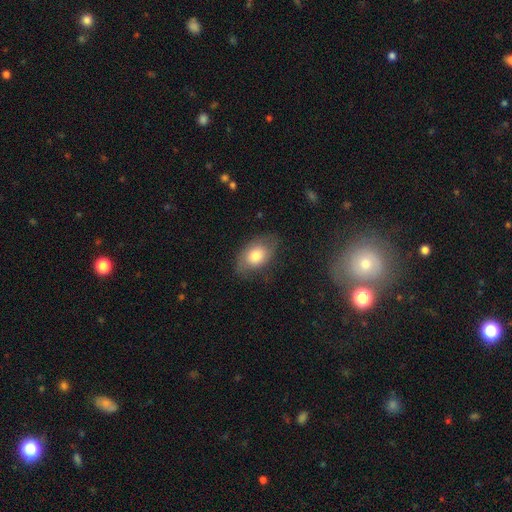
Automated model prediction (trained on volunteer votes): Smooth or featured: smooth — 72% (featured or disk — 21%)
How rounded: in between — 86% (round — 13%)
Merging: none — 68% (minor disturbance — 23%)